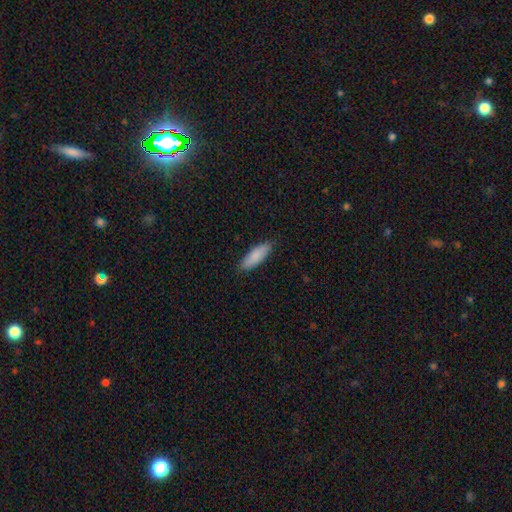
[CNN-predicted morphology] Overall: smooth (88%). How rounded: in between (56%; cigar-shaped 42%). Merging: none (86%).